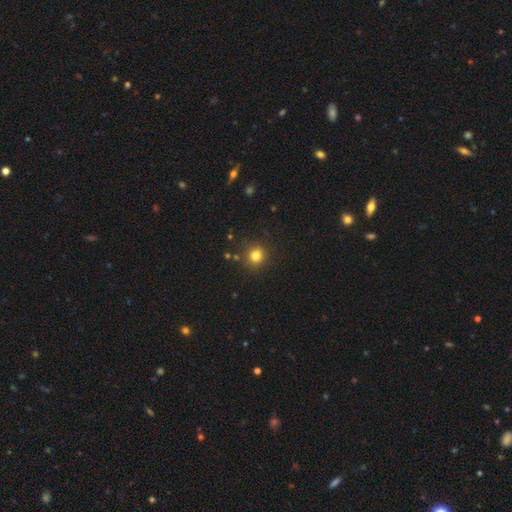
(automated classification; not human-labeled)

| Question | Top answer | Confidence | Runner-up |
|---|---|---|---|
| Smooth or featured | smooth | 81% | star or artifact (14%) |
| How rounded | round | 86% | in between (13%) |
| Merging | none | 86% | minor disturbance (9%) |